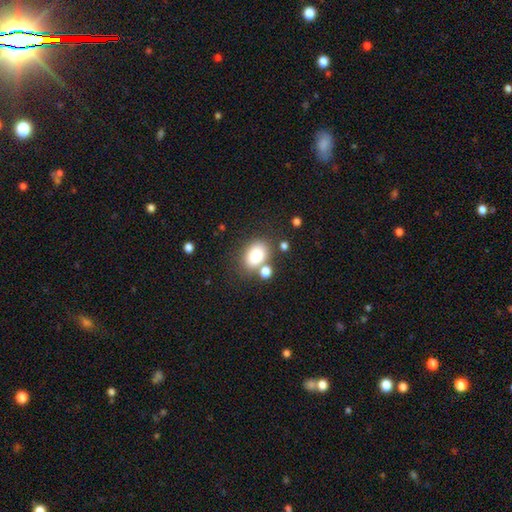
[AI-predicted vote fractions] Morphology: type=smooth (80%); roundness=in between (71%); merging=none (66%).